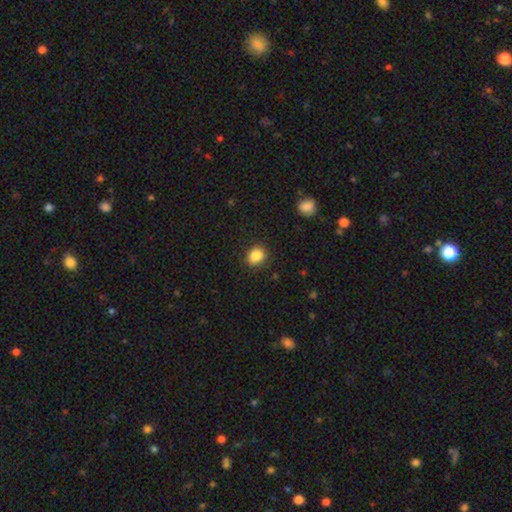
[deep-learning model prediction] A smooth galaxy with no disk features (87%) that is round (52%).

Vote fractions:
- Smooth or featured? smooth: 87% / star or artifact: 10% / featured or disk: 4%
- How rounded? round: 52% / in between: 47% / cigar-shaped: 1%
- Merging? none: 85% / minor disturbance: 11% / major disturbance: 3% / merger: 1%